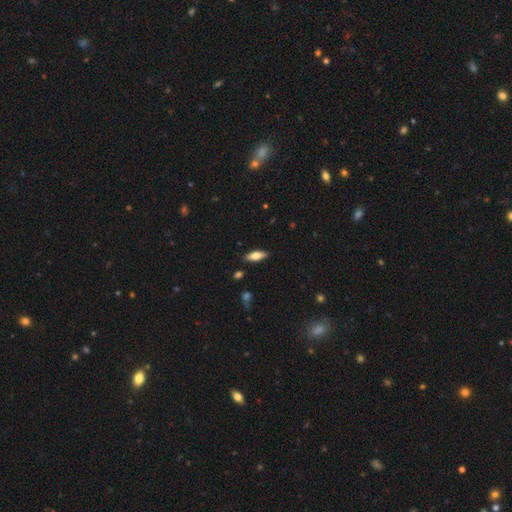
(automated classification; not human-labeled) Overall: smooth (64%; featured or disk 29%). How rounded: in between (67%; cigar-shaped 30%). Merging: none (86%).